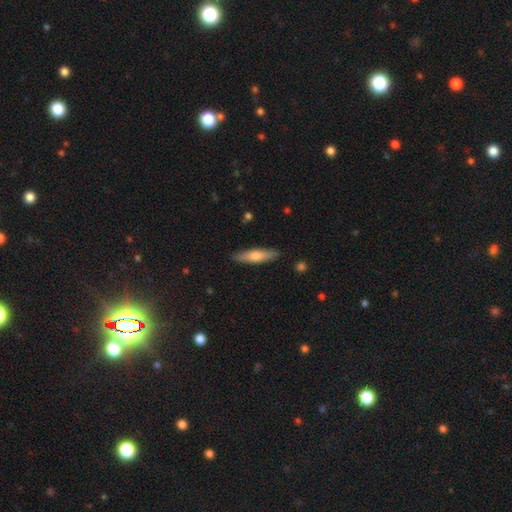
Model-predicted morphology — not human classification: A smooth galaxy with no disk features (62%) that is cigar-shaped (71%). Merging: none (88%).